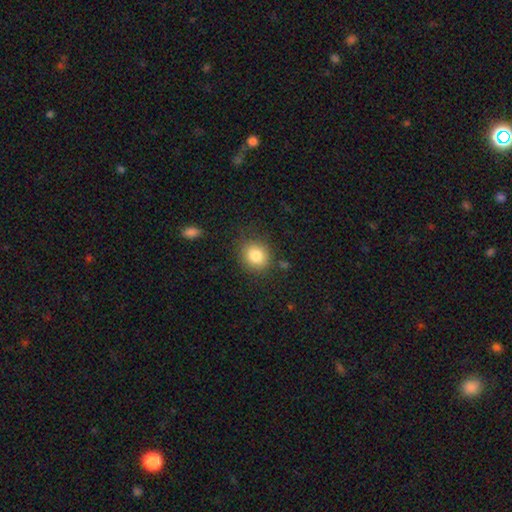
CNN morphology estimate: smooth-or-featured: smooth: 83% | star or artifact: 10% | featured or disk: 7%
  how-rounded: round: 76% | in between: 23% | cigar-shaped: 1%
  merging: none: 82% | minor disturbance: 12% | major disturbance: 4% | merger: 2%